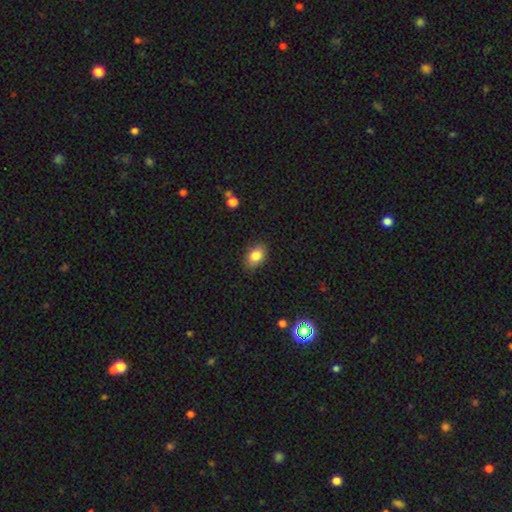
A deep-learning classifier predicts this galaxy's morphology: type=smooth (83%); roundness=in between (83%); merging=none (84%).